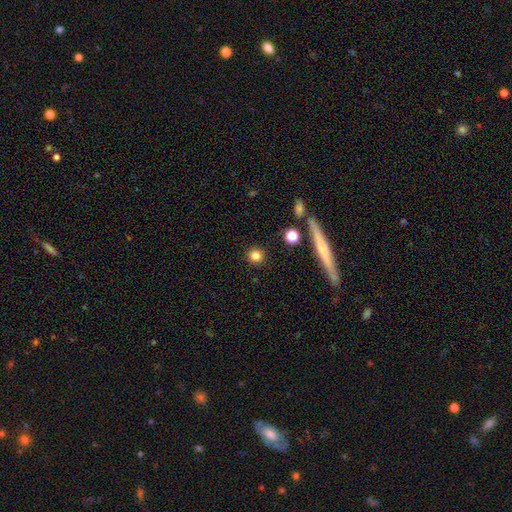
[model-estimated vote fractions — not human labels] This appears to be a smooth galaxy with no disk features (82%) that is round (92%). Merging: none (90%).